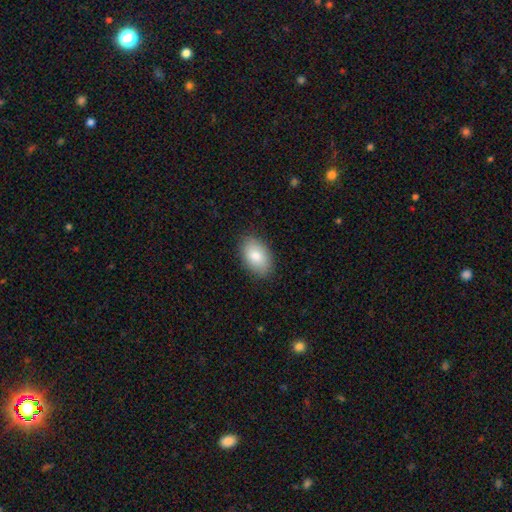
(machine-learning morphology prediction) Smooth or featured? Predicted: smooth (p=0.82). How rounded? Predicted: in between (p=0.91). Merging? Predicted: none (p=0.86).